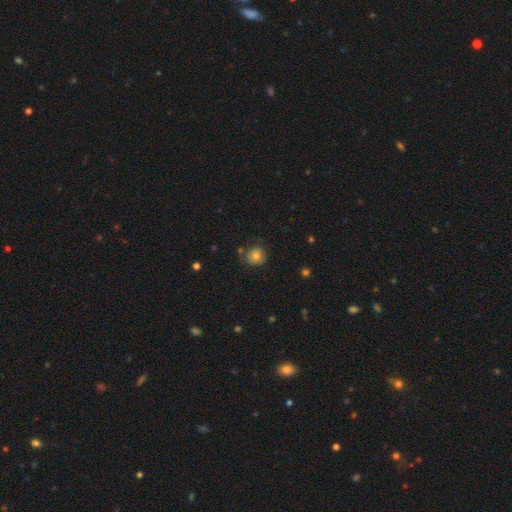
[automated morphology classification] Smooth or featured?
  - smooth: 78% *
  - featured or disk: 11%
  - star or artifact: 11%
How rounded?
  - round: 84% *
  - in between: 15%
  - cigar-shaped: 1%
Merging?
  - none: 73% *
  - minor disturbance: 18%
  - merger: 5%
  - major disturbance: 4%